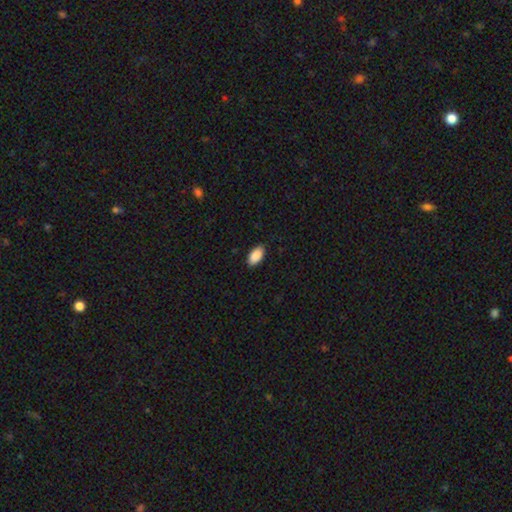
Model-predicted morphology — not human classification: Smooth or featured?
  - smooth: 90% *
  - star or artifact: 6%
  - featured or disk: 3%
How rounded?
  - in between: 95% *
  - round: 3%
  - cigar-shaped: 3%
Merging?
  - none: 87% *
  - minor disturbance: 10%
  - major disturbance: 2%
  - merger: 1%